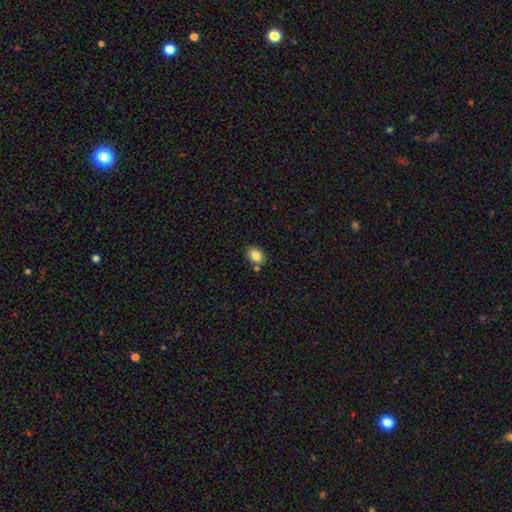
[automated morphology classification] Smooth or featured? smooth (83%)
How rounded? in between (72%)
Merging? none (77%)